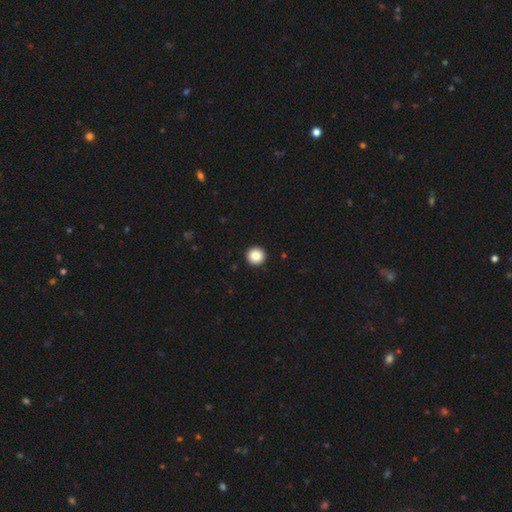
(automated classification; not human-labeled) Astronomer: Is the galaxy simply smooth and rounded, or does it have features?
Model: smooth — 87%.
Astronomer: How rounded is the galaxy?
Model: round — 96%.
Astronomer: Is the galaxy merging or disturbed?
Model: none — 94%.